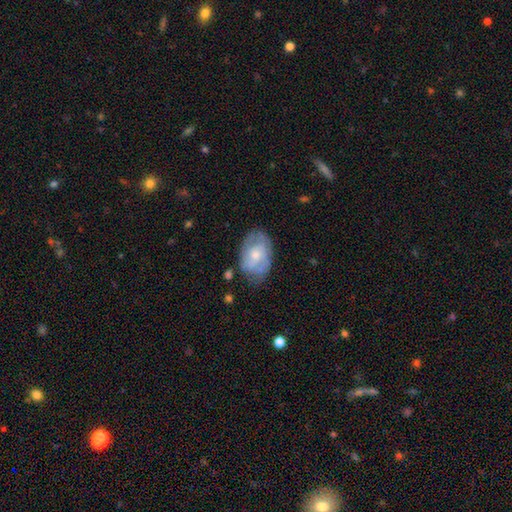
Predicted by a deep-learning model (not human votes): Morphology: type=smooth (49%); merging=none (59%).